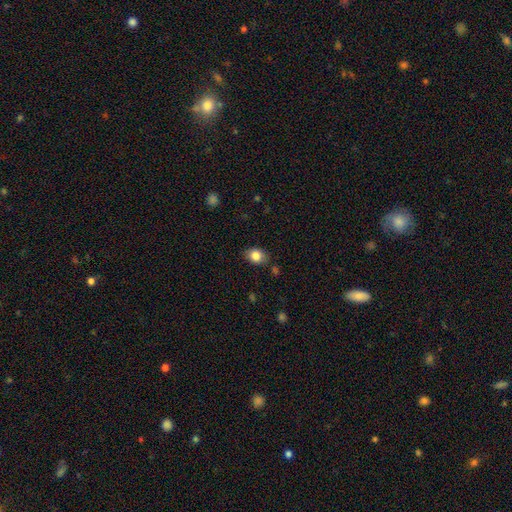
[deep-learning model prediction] smooth_or_featured: smooth (p=0.83) [alt: star or artifact p=0.09]
how_rounded: in between (p=0.59) [alt: round p=0.40]
merging: none (p=0.80) [alt: minor disturbance p=0.14]